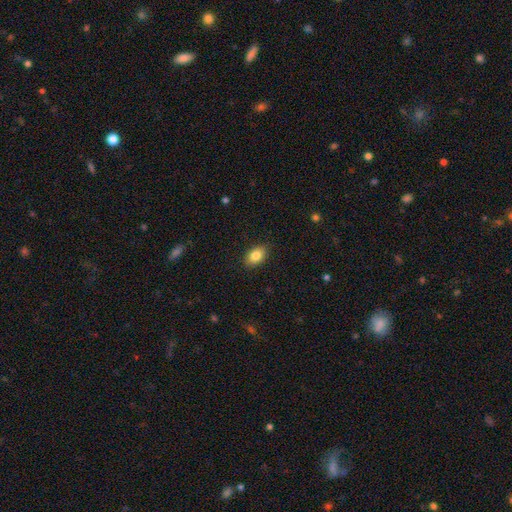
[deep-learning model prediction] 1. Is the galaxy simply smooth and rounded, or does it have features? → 84% smooth, 8% star or artifact, 8% featured or disk.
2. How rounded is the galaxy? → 85% in between, 14% round, 1% cigar-shaped.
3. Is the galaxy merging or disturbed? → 88% none, 9% minor disturbance, 2% major disturbance, 1% merger.